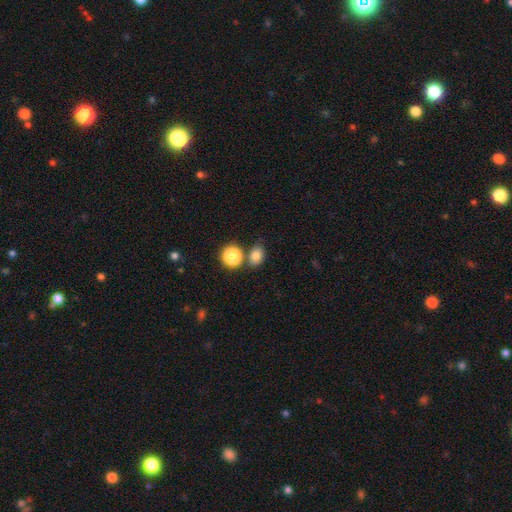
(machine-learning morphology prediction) Smooth or featured: smooth — 78% (star or artifact — 15%)
How rounded: in between — 60% (round — 39%)
Merging: none — 67% (merger — 16%)